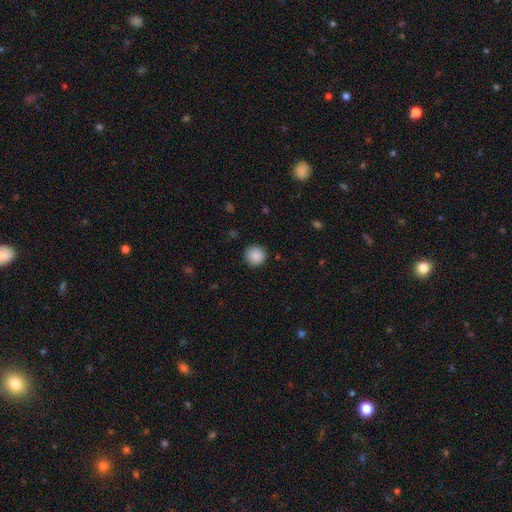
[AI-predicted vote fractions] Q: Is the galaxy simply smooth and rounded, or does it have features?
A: smooth — 88%.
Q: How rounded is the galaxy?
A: round — 94%.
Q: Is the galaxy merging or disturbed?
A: none — 90%.